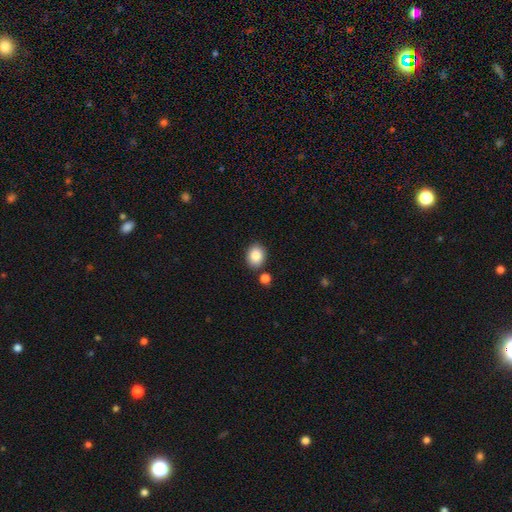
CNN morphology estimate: Smooth or featured: smooth — 87% (star or artifact — 8%)
How rounded: in between — 52% (round — 47%)
Merging: none — 82% (minor disturbance — 9%)